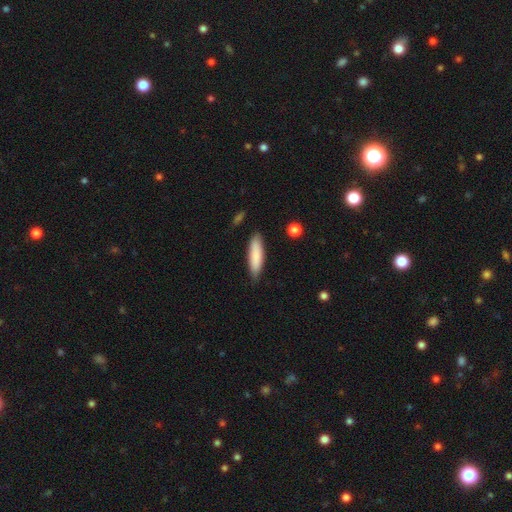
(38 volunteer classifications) Smooth or featured?
  - smooth: 84% *
  - featured or disk: 13%
  - star or artifact: 3%
How rounded?
  - cigar-shaped: 75% *
  - in between: 22%
  - round: 3%
Merging?
  - none: 81% *
  - minor disturbance: 11%
  - major disturbance: 5%
  - merger: 3%